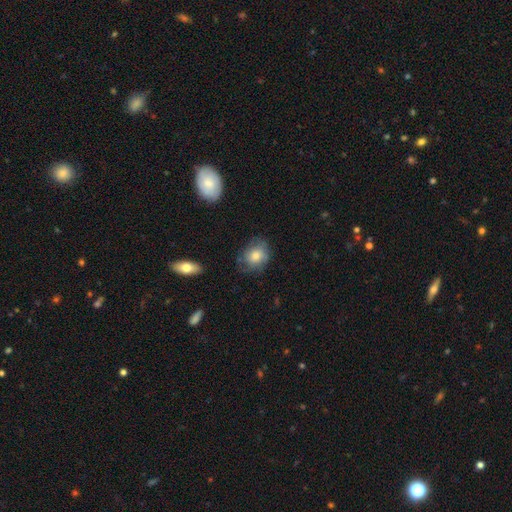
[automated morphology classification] This appears to be a smooth galaxy with no disk features (73%) that is round (54%). Merging: none (67%).